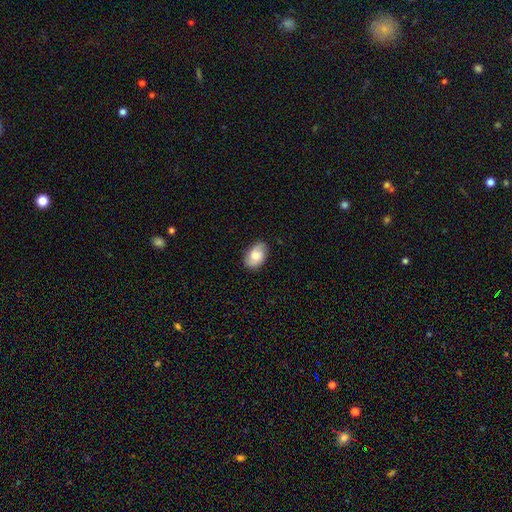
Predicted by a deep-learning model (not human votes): Smooth or featured? Predicted: smooth (p=0.59). How rounded? Predicted: in between (p=0.86). Merging? Predicted: none (p=0.79).